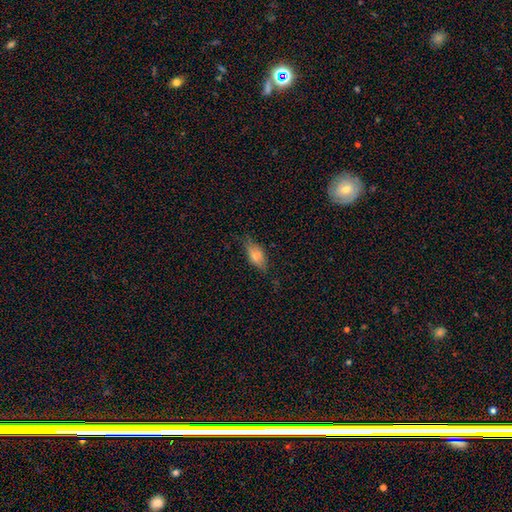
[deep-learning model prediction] This appears to be a smooth galaxy with no disk features (64%) that is in between round and cigar-shaped (84%). Merging: none (65%).